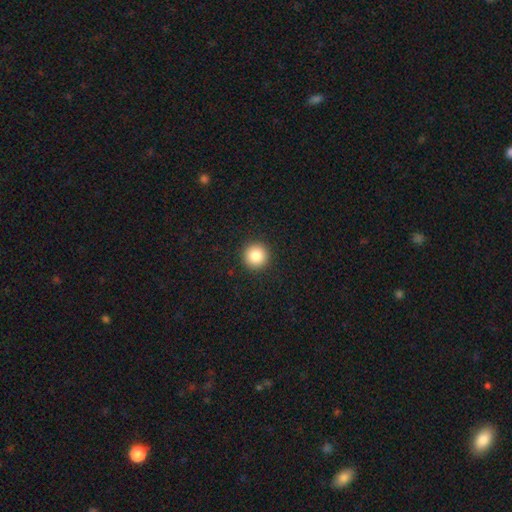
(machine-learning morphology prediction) Smooth or featured? Predicted: smooth (p=0.86). How rounded? Predicted: round (p=0.96). Merging? Predicted: none (p=0.93).